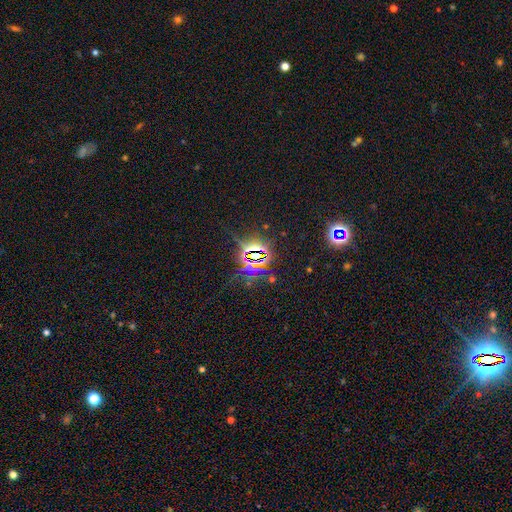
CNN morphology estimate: This appears to be a star or artifact, not a galaxy (82%).